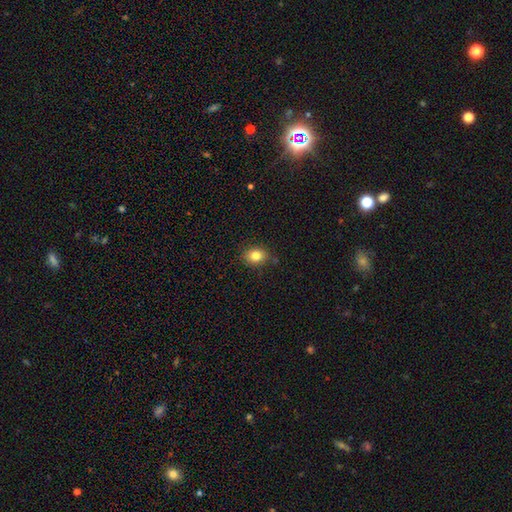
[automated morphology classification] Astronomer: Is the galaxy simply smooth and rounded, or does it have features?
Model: smooth — 82%.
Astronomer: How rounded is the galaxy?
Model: round — 50% (runner-up: in between, 49%).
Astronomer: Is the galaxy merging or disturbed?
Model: none — 83%.